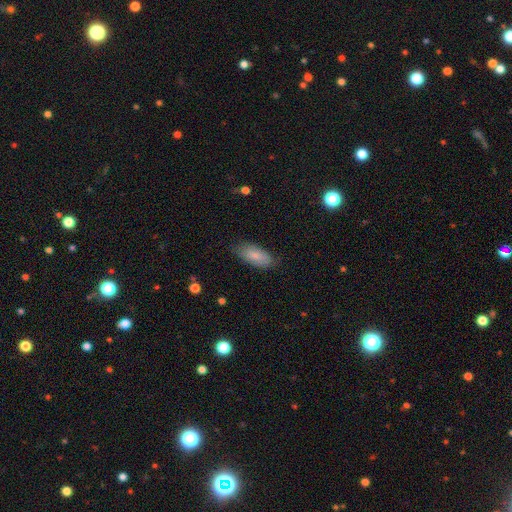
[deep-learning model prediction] A smooth galaxy with no disk features (78%) that is in between round and cigar-shaped (87%). Merging: none (76%).